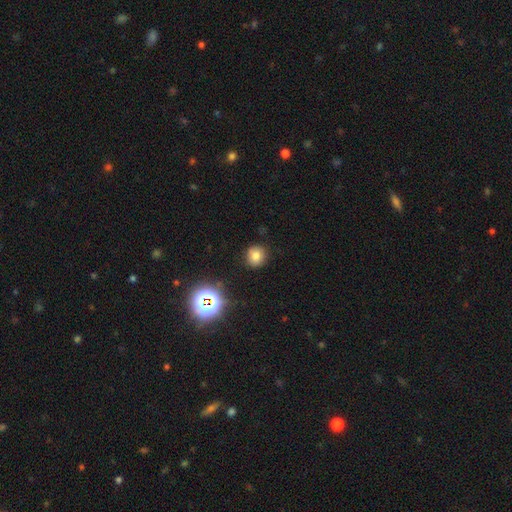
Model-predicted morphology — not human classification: Q: Smooth or featured?
A: smooth (74%); runner-up: star or artifact (17%)
Q: How rounded?
A: round (85%); runner-up: in between (14%)
Q: Merging?
A: none (87%); runner-up: minor disturbance (9%)